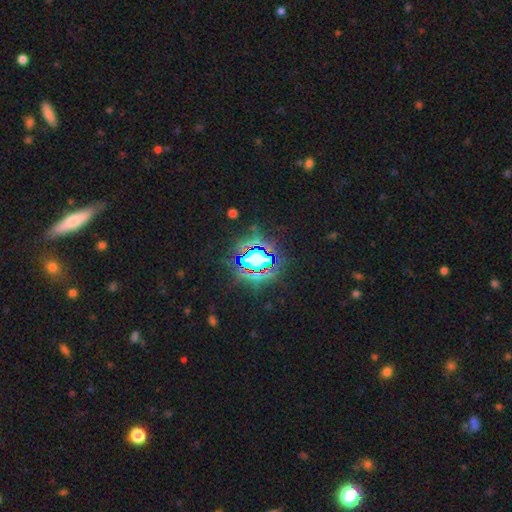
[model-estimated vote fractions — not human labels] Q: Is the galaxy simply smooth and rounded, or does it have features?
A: star or artifact — 78%.